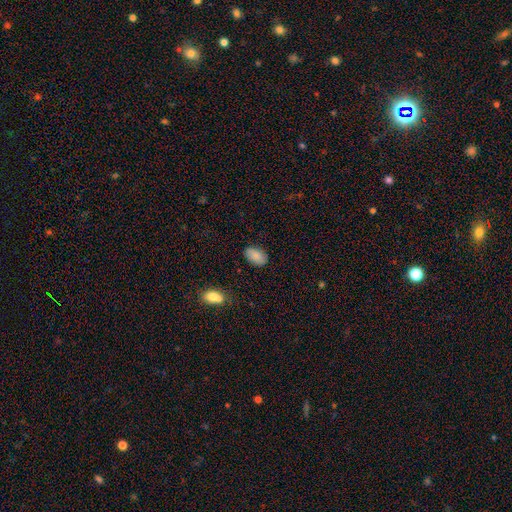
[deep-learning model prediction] Morphology: type=smooth (85%); roundness=in between (92%); merging=none (84%).